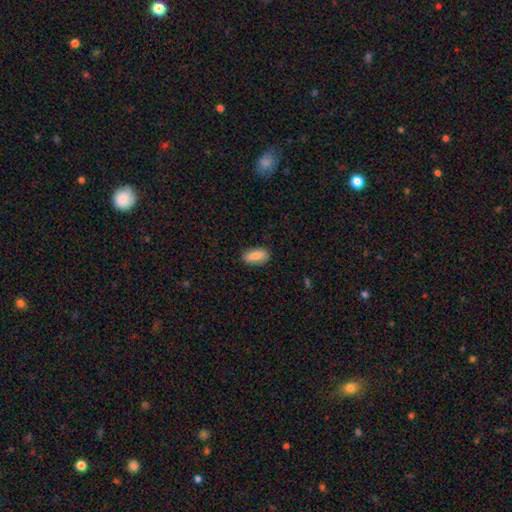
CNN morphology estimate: Q: Smooth or featured?
A: smooth (83%); runner-up: featured or disk (10%)
Q: How rounded?
A: in between (86%); runner-up: cigar-shaped (11%)
Q: Merging?
A: none (87%); runner-up: minor disturbance (10%)